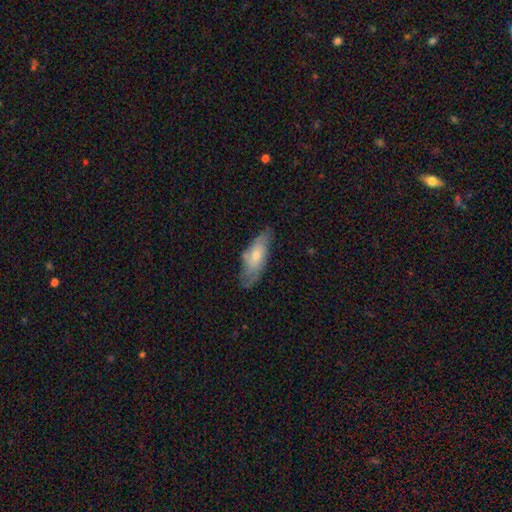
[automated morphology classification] smooth 58%, featured or disk 36%, star or artifact 6%. Down the decision tree: how rounded — in between (69%); merging — none (63%).